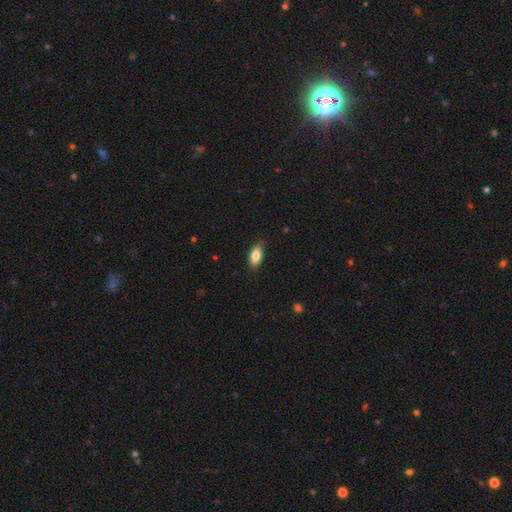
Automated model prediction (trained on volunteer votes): Morphology: type=smooth (83%); roundness=in between (86%); merging=none (80%).